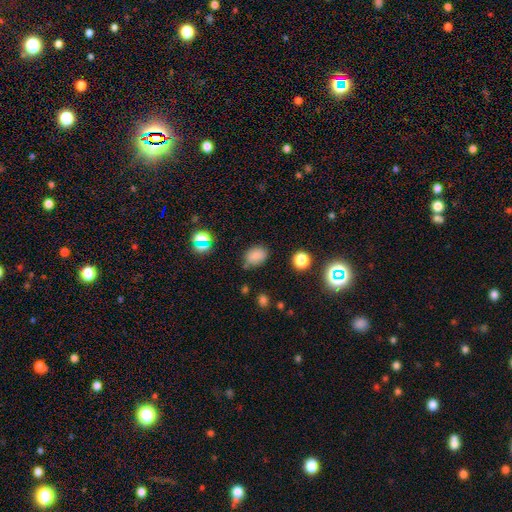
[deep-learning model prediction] Q: Smooth or featured?
A: smooth (80%); runner-up: star or artifact (14%)
Q: How rounded?
A: in between (70%); runner-up: round (29%)
Q: Merging?
A: none (75%); runner-up: minor disturbance (17%)